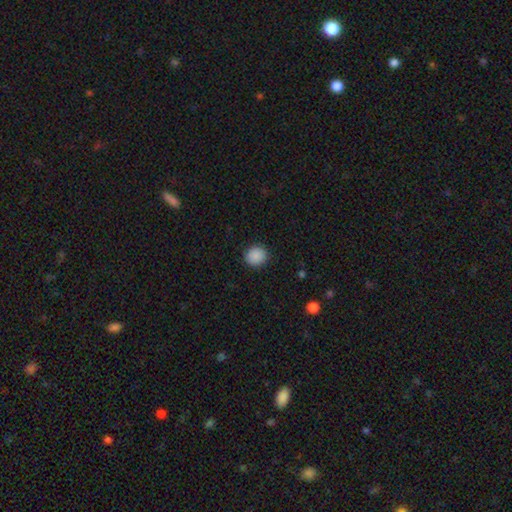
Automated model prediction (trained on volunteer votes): This is clearly a smooth galaxy (89%). How rounded: clearly round (83%). Merging: clearly none (90%).